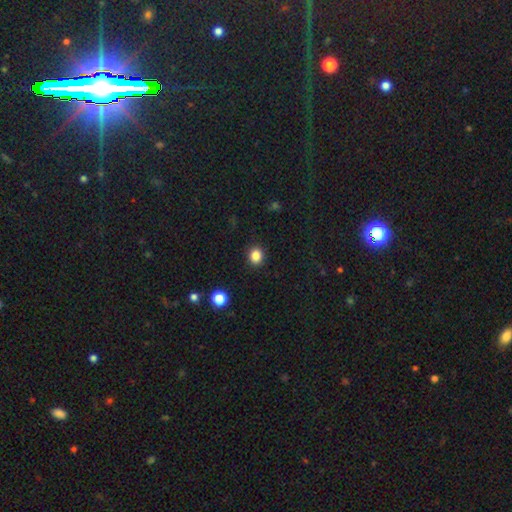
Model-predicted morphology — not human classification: This is clearly a smooth galaxy (85%). How rounded: likely round (76%). Merging: clearly none (91%).